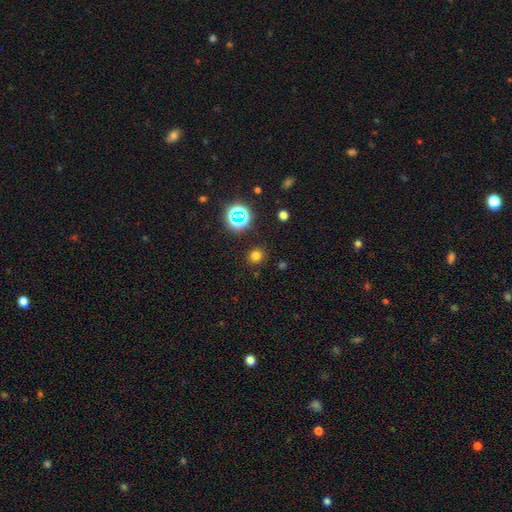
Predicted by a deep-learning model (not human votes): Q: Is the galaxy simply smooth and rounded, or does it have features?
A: smooth — 72%.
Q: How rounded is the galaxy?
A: round — 85%.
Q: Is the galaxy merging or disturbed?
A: none — 87%.